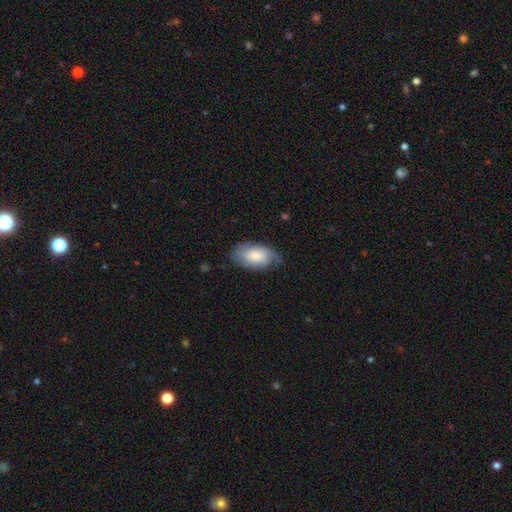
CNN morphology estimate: smooth-or-featured: smooth: 73% | featured or disk: 21% | star or artifact: 6%
  how-rounded: in between: 94% | round: 5% | cigar-shaped: 2%
  merging: none: 64% | minor disturbance: 27% | major disturbance: 7% | merger: 1%